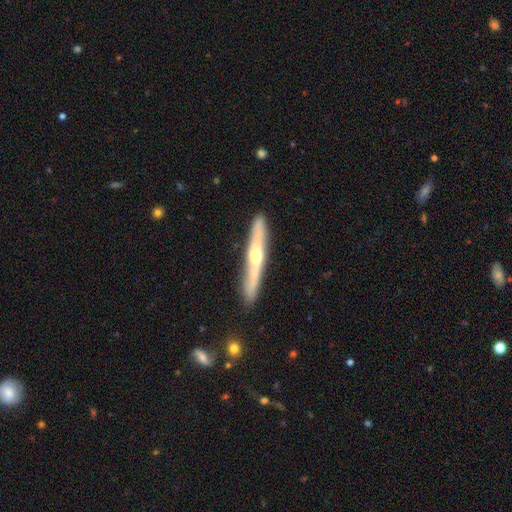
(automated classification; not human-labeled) A featured or disk galaxy (66%) viewed edge-on (94%) with a rounded central bulge (83%).

Vote fractions:
- Smooth or featured? featured or disk: 66% / smooth: 29% / star or artifact: 6%
- Edge-on disk? yes: 94% / no: 6%
- Edge-on bulge? rounded: 83% / none: 12% / boxy: 5%
- Merging? none: 87% / minor disturbance: 10% / major disturbance: 2% / merger: 2%